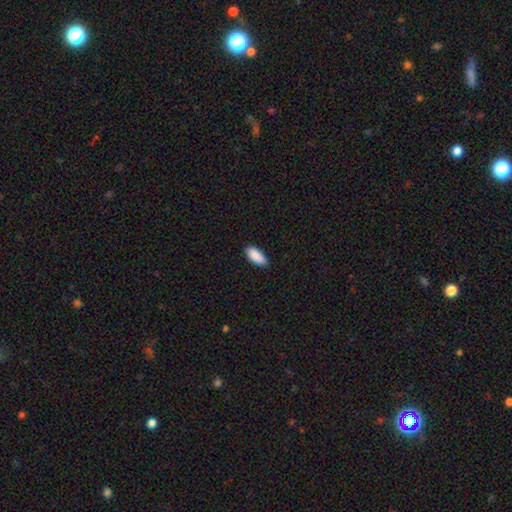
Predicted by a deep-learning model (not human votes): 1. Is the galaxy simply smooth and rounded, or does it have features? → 90% smooth, 6% star or artifact, 4% featured or disk.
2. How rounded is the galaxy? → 85% in between, 13% cigar-shaped, 2% round.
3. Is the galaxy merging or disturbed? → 86% none, 11% minor disturbance, 2% major disturbance, 1% merger.